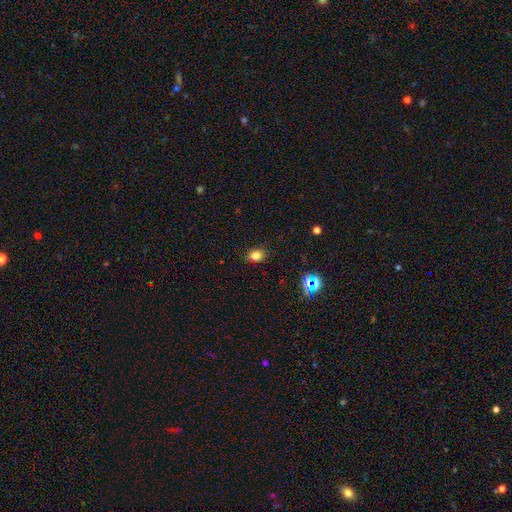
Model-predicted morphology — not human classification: This appears to be a smooth galaxy with no disk features (78%) that is in between round and cigar-shaped (63%). Merging: none (86%).